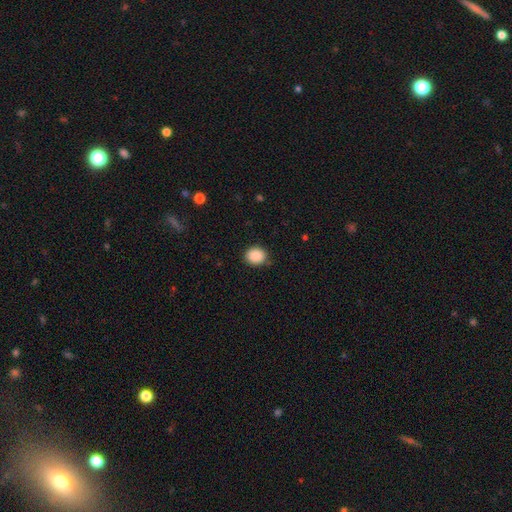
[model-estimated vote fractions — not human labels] A smooth galaxy with no disk features (89%) that is round (69%).

Vote fractions:
- Smooth or featured? smooth: 89% / star or artifact: 8% / featured or disk: 3%
- How rounded? round: 69% / in between: 30% / cigar-shaped: 1%
- Merging? none: 86% / minor disturbance: 11% / major disturbance: 3% / merger: 1%